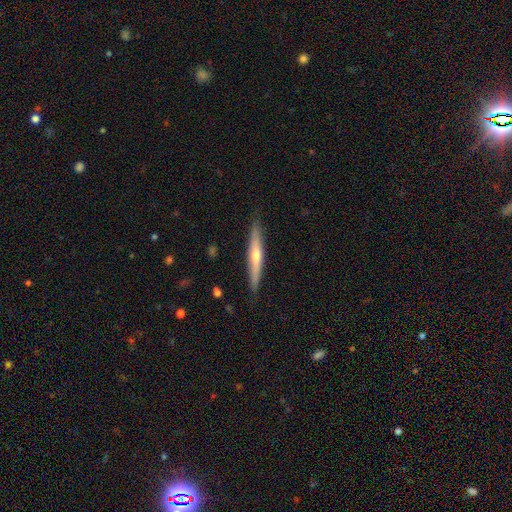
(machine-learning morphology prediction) This is possibly a featured or disk galaxy (55%). It is clearly viewed edge-on (95%). Edge-on bulge: likely rounded (78%). Merging: clearly none (87%).